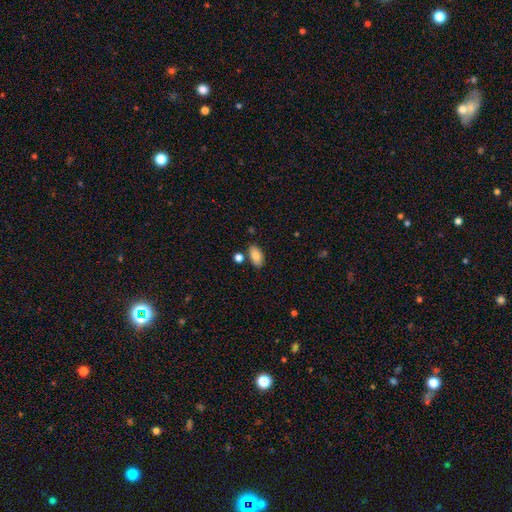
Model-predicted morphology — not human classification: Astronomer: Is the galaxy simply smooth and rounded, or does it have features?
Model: smooth — 83%.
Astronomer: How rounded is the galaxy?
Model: in between — 93%.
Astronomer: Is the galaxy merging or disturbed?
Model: none — 77%.